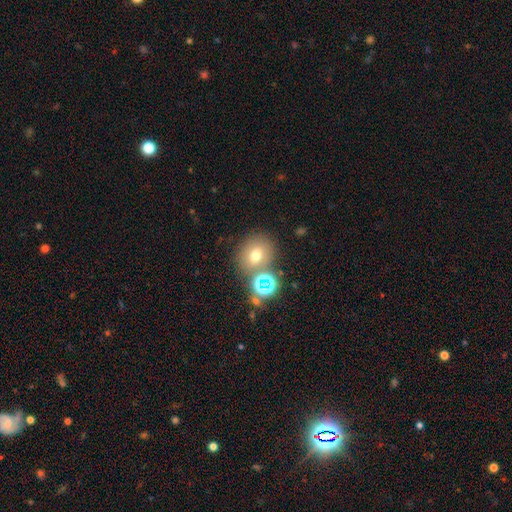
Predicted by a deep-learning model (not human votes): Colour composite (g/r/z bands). It shows a smooth galaxy with no disk features (65%) that is round (69%). Merging: none (67%).